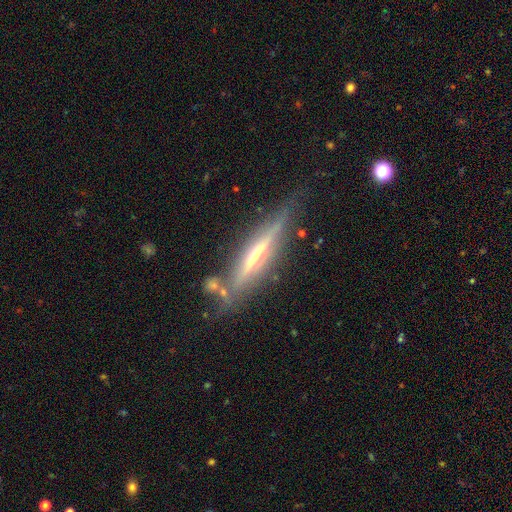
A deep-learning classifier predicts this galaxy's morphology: smooth_or_featured: featured or disk (p=0.79) [alt: smooth p=0.15]
disk_edge_on: yes (p=0.94) [alt: no p=0.06]
edge_on_bulge: rounded (p=0.76) [alt: none p=0.17]
merging: none (p=0.73) [alt: minor disturbance p=0.16]